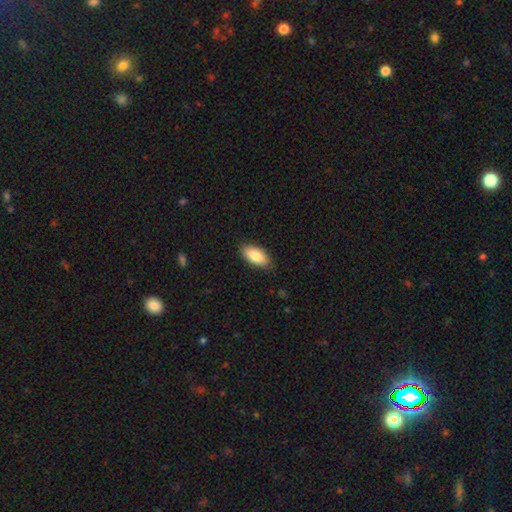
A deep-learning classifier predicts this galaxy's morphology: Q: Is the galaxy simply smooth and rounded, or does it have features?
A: smooth — 86%.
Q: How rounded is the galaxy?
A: in between — 91%.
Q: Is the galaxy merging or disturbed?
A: none — 85%.